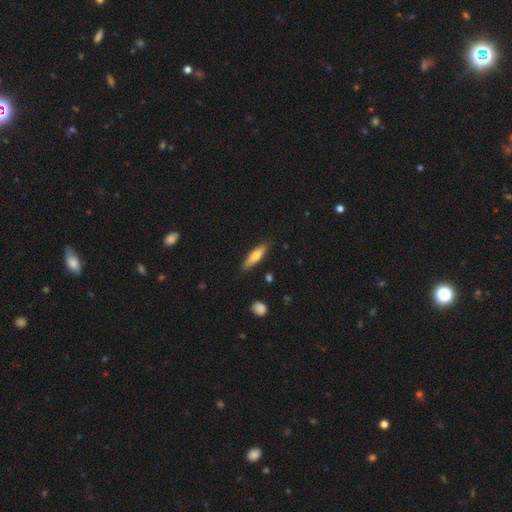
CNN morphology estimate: smooth_or_featured: smooth (p=0.58) [alt: featured or disk p=0.36]
how_rounded: cigar-shaped (p=0.73) [alt: in between p=0.25]
merging: none (p=0.86) [alt: minor disturbance p=0.10]